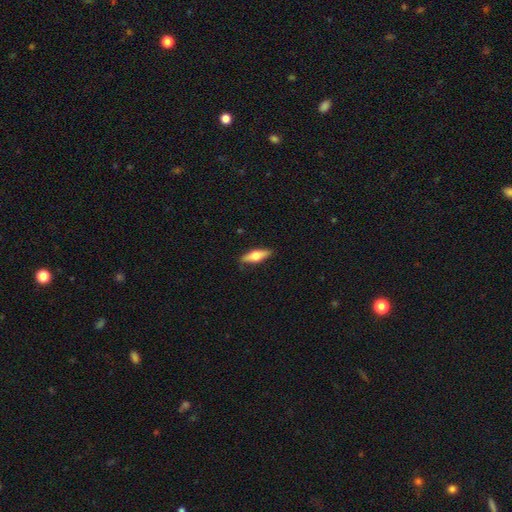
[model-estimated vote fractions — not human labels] Overall: smooth (48%; featured or disk 46%). Merging: none (88%).